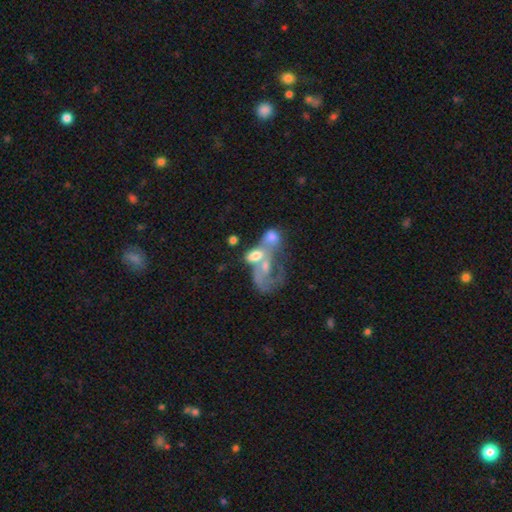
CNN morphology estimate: Smooth or featured? Predicted: featured or disk (p=0.47). Merging? Predicted: merger (p=0.71).